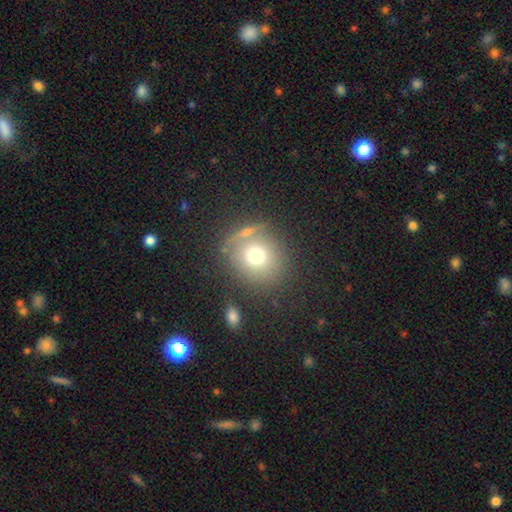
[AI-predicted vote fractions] Smooth or featured?
  - smooth: 71% *
  - featured or disk: 15%
  - star or artifact: 14%
How rounded?
  - round: 82% *
  - in between: 17%
  - cigar-shaped: 1%
Merging?
  - none: 69% *
  - merger: 13%
  - minor disturbance: 12%
  - major disturbance: 6%